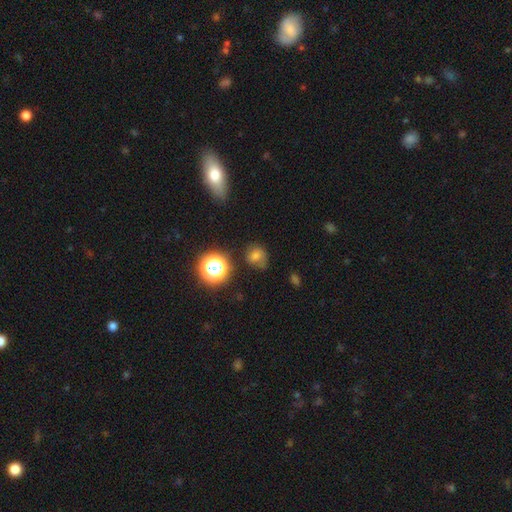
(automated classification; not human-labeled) Smooth or featured? Predicted: smooth (p=0.63). How rounded? Predicted: round (p=0.63). Merging? Predicted: none (p=0.54).